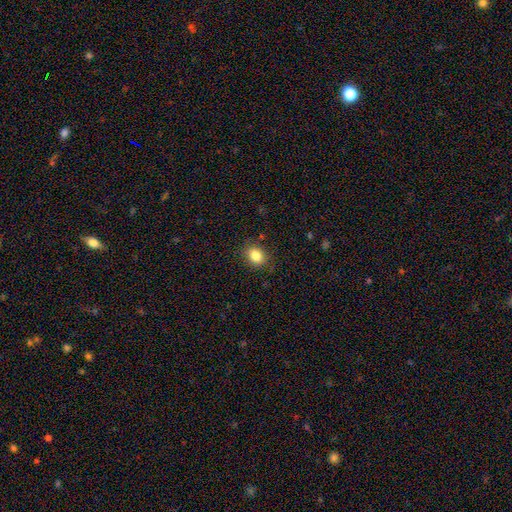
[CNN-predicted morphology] A smooth galaxy with no disk features (84%) that is in between round and cigar-shaped (54%).

Vote fractions:
- Smooth or featured? smooth: 84% / star or artifact: 10% / featured or disk: 6%
- How rounded? in between: 54% / round: 45% / cigar-shaped: 1%
- Merging? none: 86% / minor disturbance: 10% / major disturbance: 3% / merger: 1%